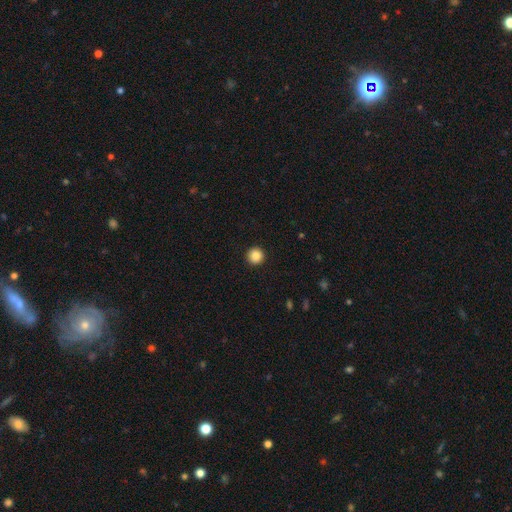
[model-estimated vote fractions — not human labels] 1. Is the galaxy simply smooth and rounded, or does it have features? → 87% smooth, 10% star or artifact, 3% featured or disk.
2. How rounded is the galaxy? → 95% round, 4% in between, 1% cigar-shaped.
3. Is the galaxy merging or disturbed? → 93% none, 4% minor disturbance, 2% major disturbance, 1% merger.